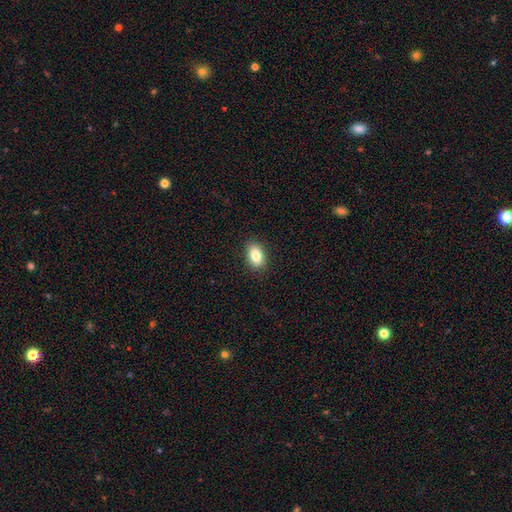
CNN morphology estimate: type=smooth (84%); roundness=in between (88%); merging=none (89%).